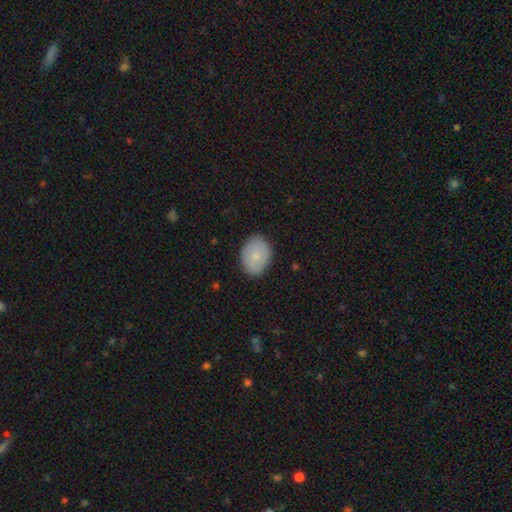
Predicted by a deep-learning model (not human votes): smooth 79%, featured or disk 15%, star or artifact 6%. Down the decision tree: how rounded — in between (67%); merging — none (84%).